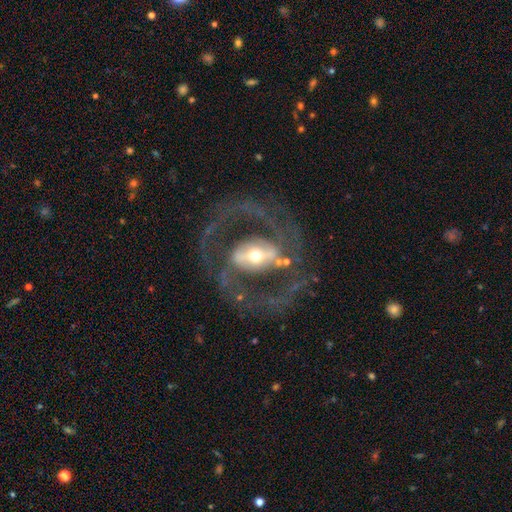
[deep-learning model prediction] Morphology: type=featured or disk (85%); edge-on=no (94%); bar=strong (54%); spiral arms=yes (83%); winding=medium (50%); arm count=2 (75%); bulge=moderate (58%); merging=none (64%).